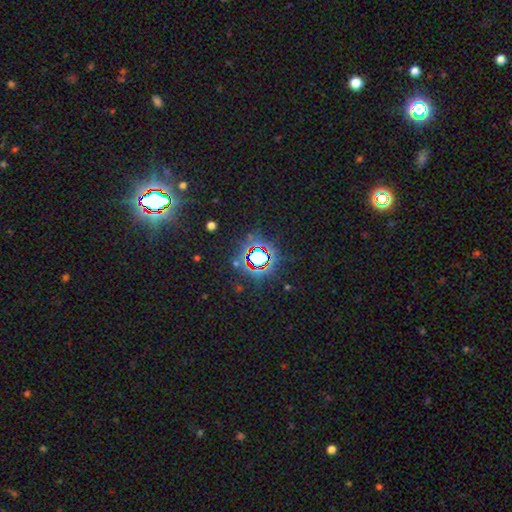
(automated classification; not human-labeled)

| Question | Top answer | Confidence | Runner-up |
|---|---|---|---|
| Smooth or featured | star or artifact | 74% | smooth (16%) |